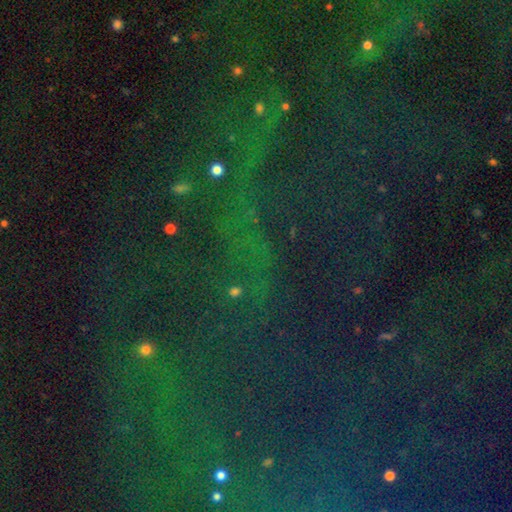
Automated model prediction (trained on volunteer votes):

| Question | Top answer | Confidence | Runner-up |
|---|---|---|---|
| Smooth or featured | star or artifact | 81% | smooth (11%) |